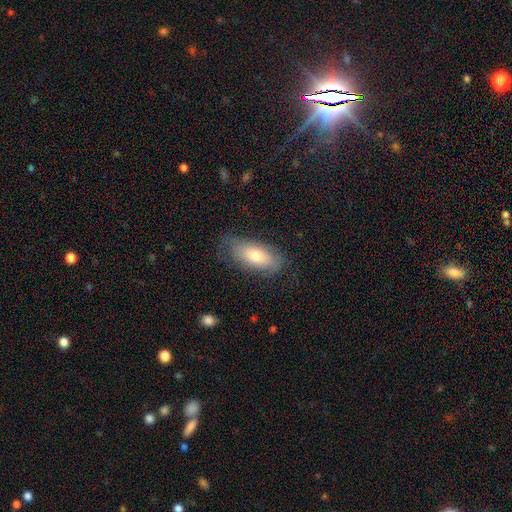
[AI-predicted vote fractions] Smooth or featured? Predicted: smooth (p=0.70). How rounded? Predicted: in between (p=0.85). Merging? Predicted: none (p=0.70).